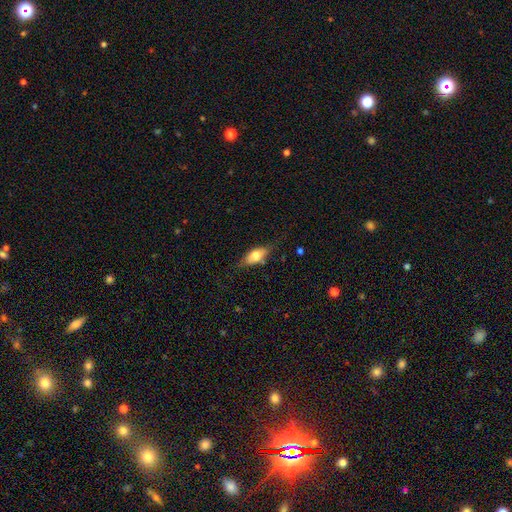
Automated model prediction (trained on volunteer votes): This is likely a smooth galaxy (68%). How rounded: clearly in between (82%). Merging: likely none (72%).